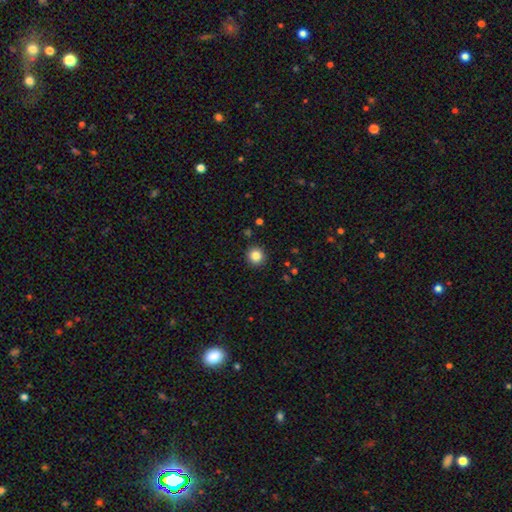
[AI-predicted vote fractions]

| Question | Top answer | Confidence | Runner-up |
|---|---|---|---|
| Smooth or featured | smooth | 85% | star or artifact (11%) |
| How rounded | round | 94% | in between (5%) |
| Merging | none | 92% | minor disturbance (5%) |